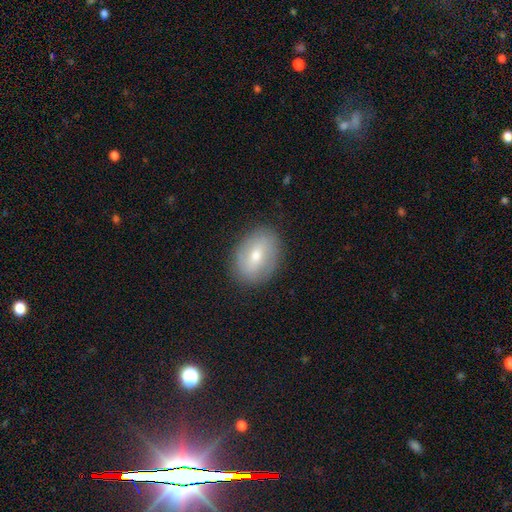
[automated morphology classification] type=smooth (46%, tied with featured or disk); merging=none (85%).